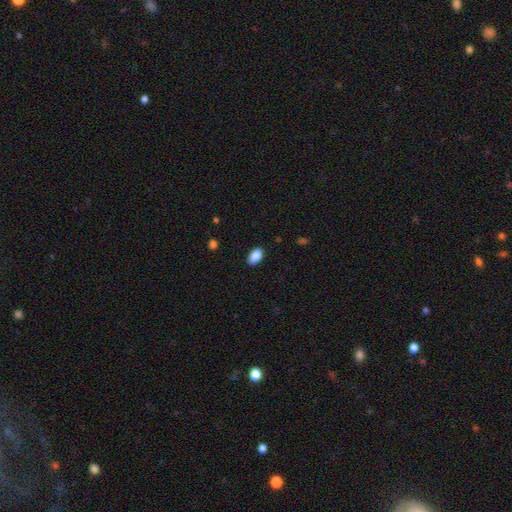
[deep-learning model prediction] Smooth or featured? smooth (89%)
How rounded? in between (93%)
Merging? none (88%)